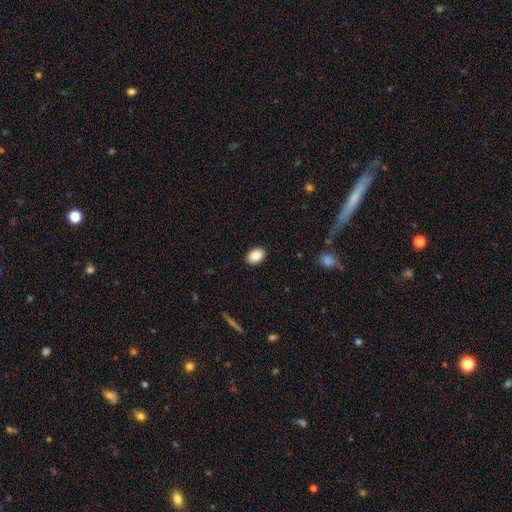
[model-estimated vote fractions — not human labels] The model was most divided on "how rounded": in between: 85%, round: 14%, cigar-shaped: 1%. More confident: merging — none (90%); smooth or featured — smooth (86%).